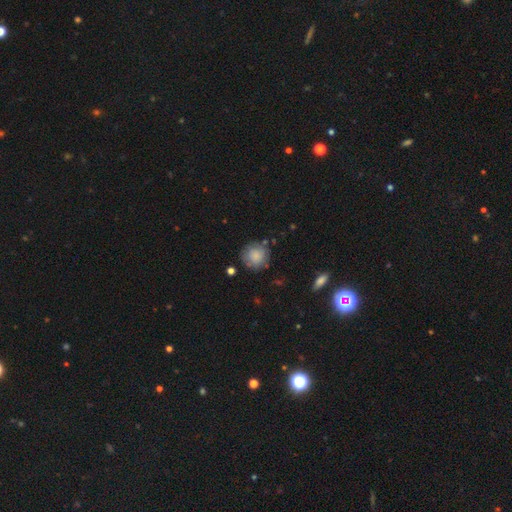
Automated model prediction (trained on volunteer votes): This appears to be a smooth galaxy with no disk features (82%) that is round (92%). Merging: none (76%).